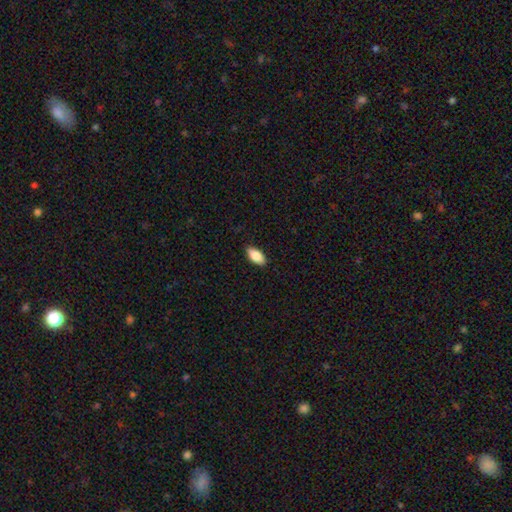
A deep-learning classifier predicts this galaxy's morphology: smooth 84%, featured or disk 9%, star or artifact 7%. Down the decision tree: how rounded — in between (91%); merging — none (89%).